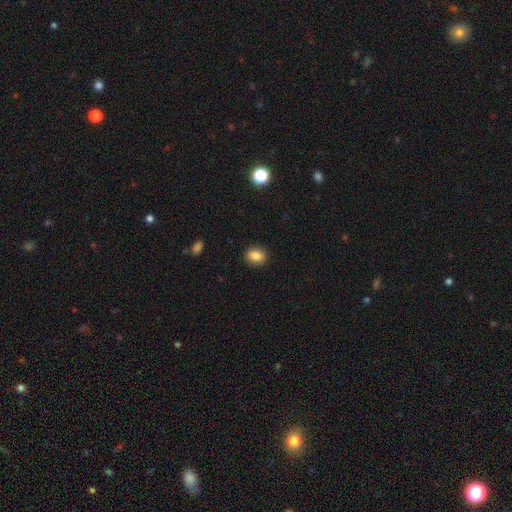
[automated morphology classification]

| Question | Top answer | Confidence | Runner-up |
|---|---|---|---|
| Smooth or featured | smooth | 85% | star or artifact (9%) |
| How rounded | in between | 56% | round (43%) |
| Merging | none | 89% | minor disturbance (8%) |